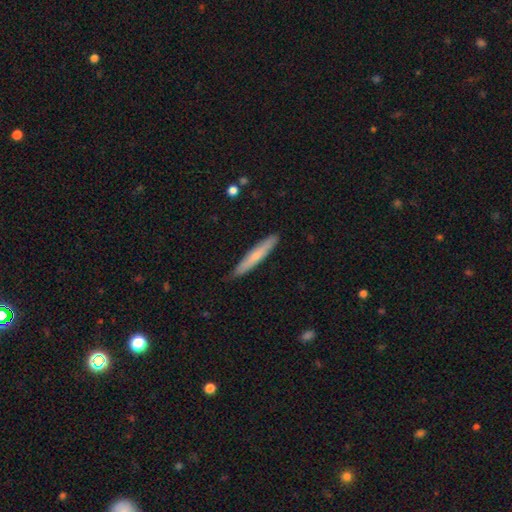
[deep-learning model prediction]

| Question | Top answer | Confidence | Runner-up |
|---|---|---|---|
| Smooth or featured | smooth | 60% | featured or disk (34%) |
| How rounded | cigar-shaped | 93% | in between (5%) |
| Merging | none | 88% | minor disturbance (10%) |